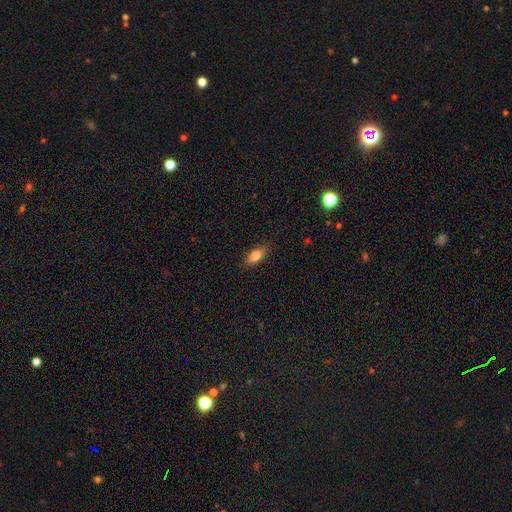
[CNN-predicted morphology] smooth-or-featured: smooth: 83% | featured or disk: 10% | star or artifact: 7%
  how-rounded: in between: 86% | cigar-shaped: 11% | round: 4%
  merging: none: 85% | minor disturbance: 11% | major disturbance: 2% | merger: 1%